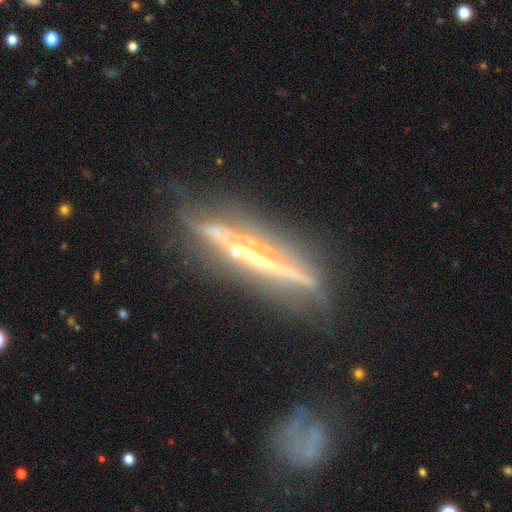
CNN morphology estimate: This appears to be a featured or disk galaxy (80%) viewed edge-on (91%) with no central bulge (64%). Merging: none (63%).